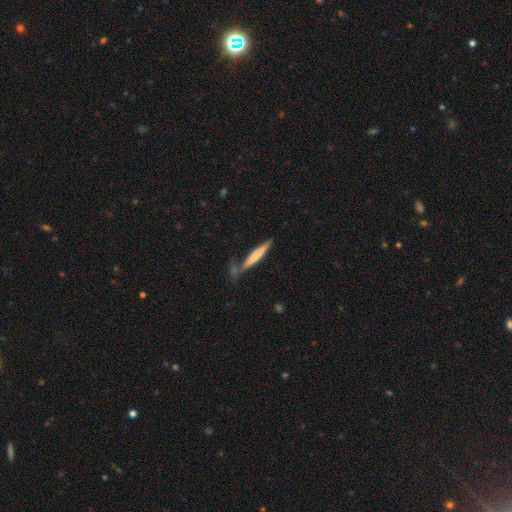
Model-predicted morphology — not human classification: Smooth or featured? Predicted: smooth (p=0.63). How rounded? Predicted: cigar-shaped (p=0.94). Merging? Predicted: none (p=0.68).